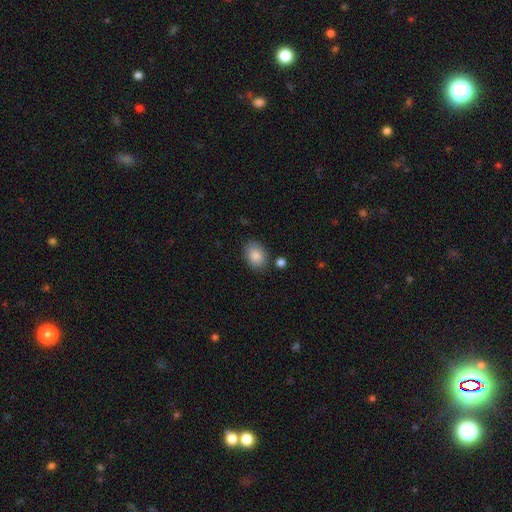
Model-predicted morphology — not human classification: smooth_or_featured: smooth (p=0.86) [alt: star or artifact p=0.08]
how_rounded: in between (p=0.76) [alt: round p=0.23]
merging: none (p=0.82) [alt: minor disturbance p=0.11]